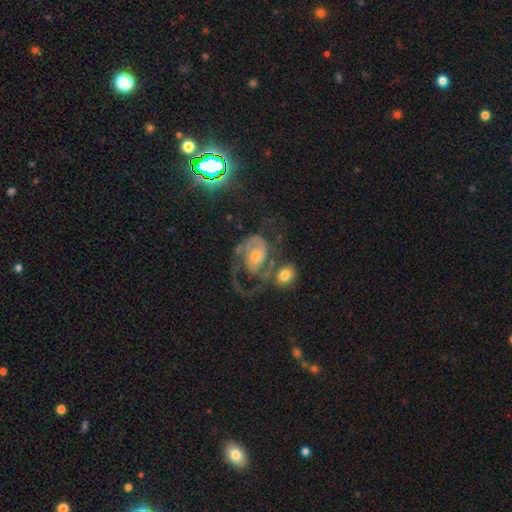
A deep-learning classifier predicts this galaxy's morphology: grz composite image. It shows a featured or disk galaxy (77%) with no bar (63%), 2 (51%) medium (45%) spiral arms (87%) and a moderate central bulge (51%). Merging: major disturbance (32%).